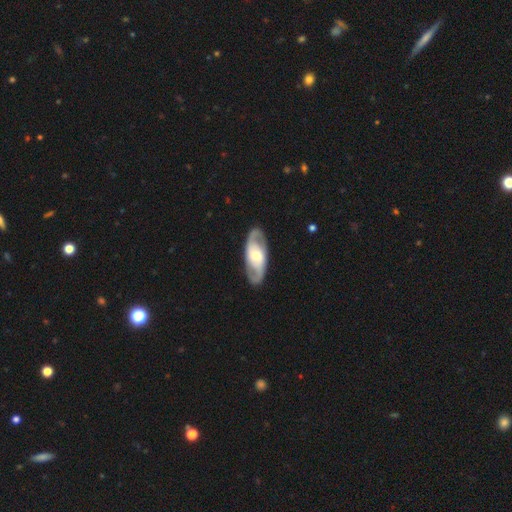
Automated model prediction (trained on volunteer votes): Morphology: type=featured or disk (77%); edge-on=no (91%); bar=no (54%); spiral arms=yes (79%); winding=medium (47%); arm count=2 (87%); bulge=moderate (63%); merging=none (87%).